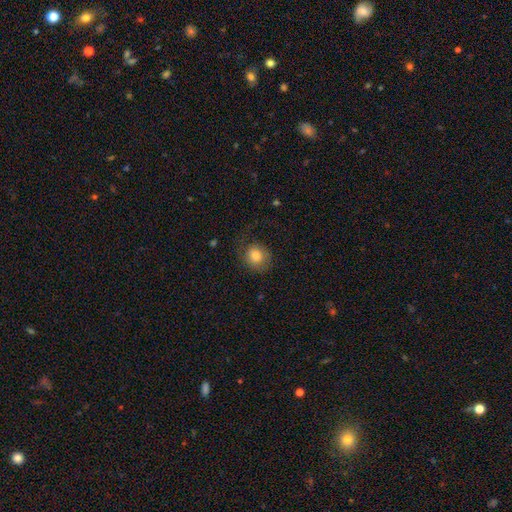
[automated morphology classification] A smooth galaxy with no disk features (80%) that is round (78%). Merging: none (65%).